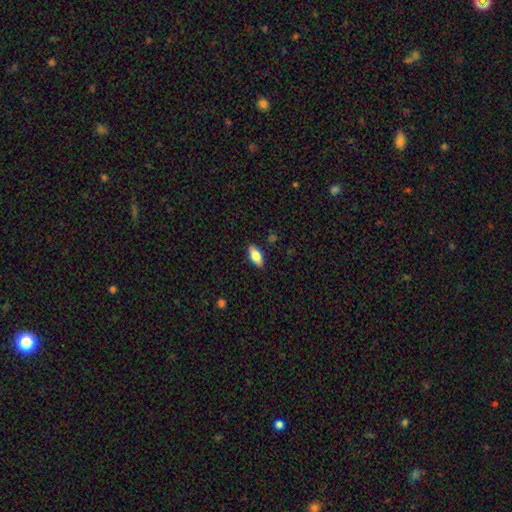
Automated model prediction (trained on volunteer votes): smooth 75%, featured or disk 18%, star or artifact 7%. Down the decision tree: how rounded — in between (84%); merging — none (88%).